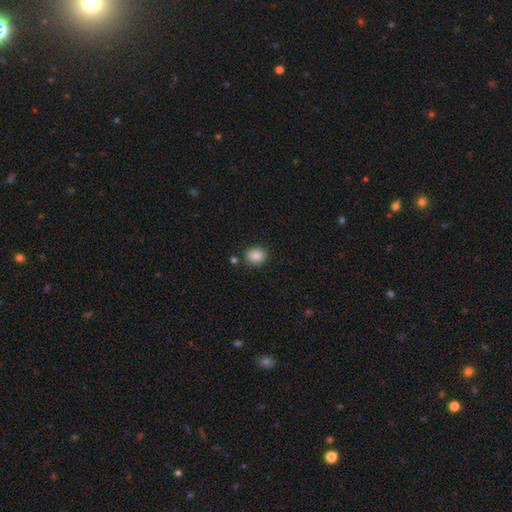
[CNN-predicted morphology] Smooth or featured? smooth (87%)
How rounded? round (72%)
Merging? none (85%)